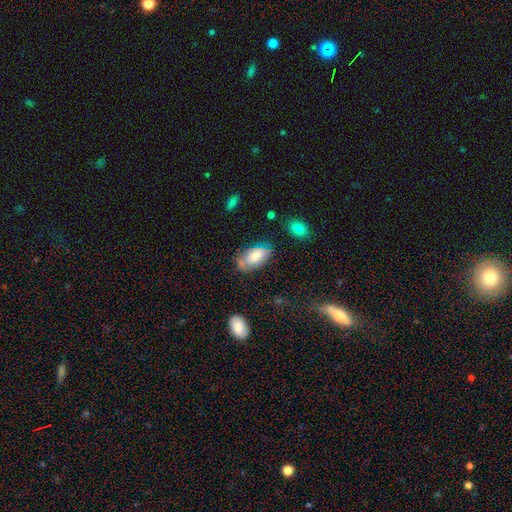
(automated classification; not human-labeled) Overall: smooth (72%). How rounded: in between (94%). Merging: none (62%; minor disturbance 24%).